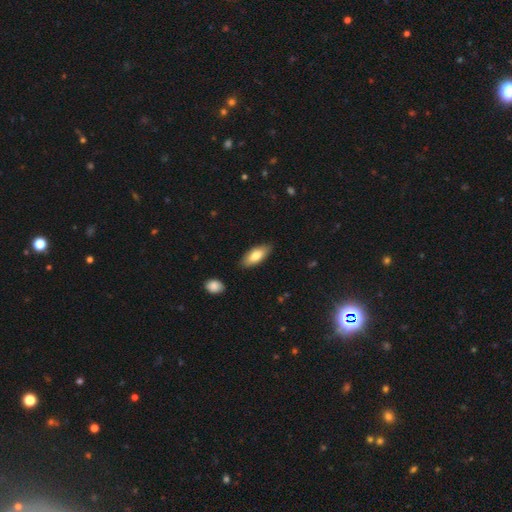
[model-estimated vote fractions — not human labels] A smooth galaxy with no disk features (77%) that is in between round and cigar-shaped (81%).

Vote fractions:
- Smooth or featured? smooth: 77% / featured or disk: 17% / star or artifact: 6%
- How rounded? in between: 81% / cigar-shaped: 17% / round: 2%
- Merging? none: 84% / minor disturbance: 12% / major disturbance: 2% / merger: 2%